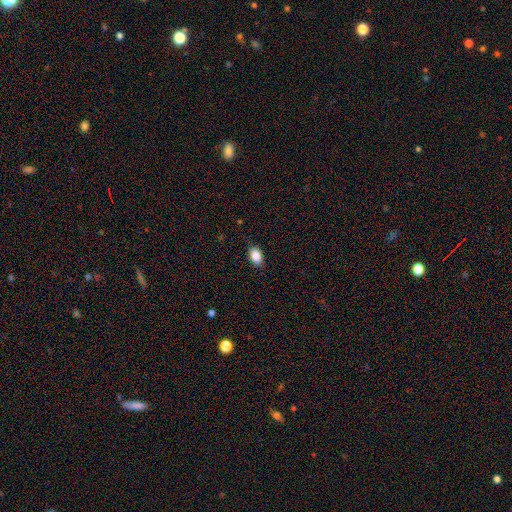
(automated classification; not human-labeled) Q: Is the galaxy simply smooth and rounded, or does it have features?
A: smooth — 88%.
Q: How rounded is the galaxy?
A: in between — 89%.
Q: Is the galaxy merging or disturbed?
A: none — 86%.